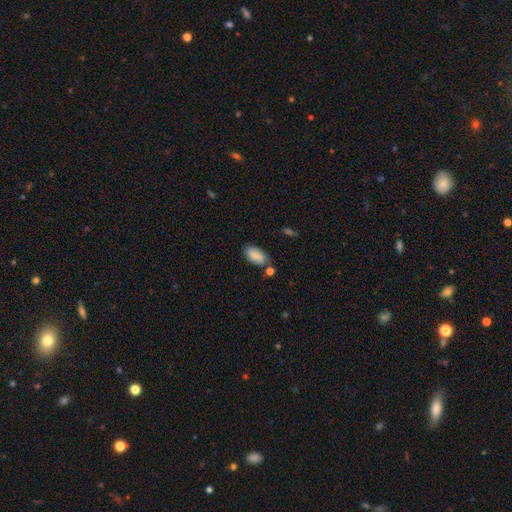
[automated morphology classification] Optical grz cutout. It shows a smooth galaxy with no disk features (81%) that is in between round and cigar-shaped (93%). Merging: none (67%).